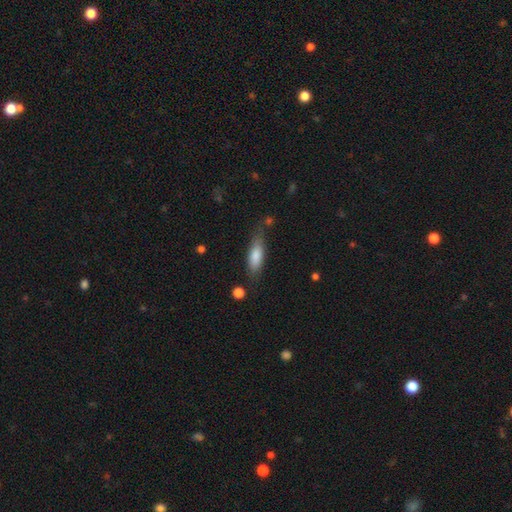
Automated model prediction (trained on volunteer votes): The model was most divided on "how rounded": in between: 50%, cigar-shaped: 48%, round: 2%. More confident: smooth or featured — smooth (75%); merging — none (70%).